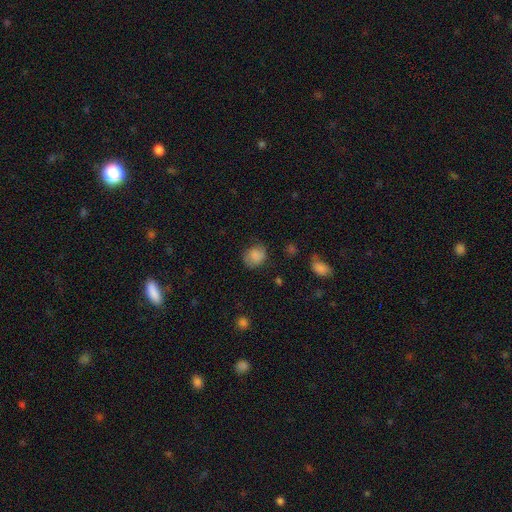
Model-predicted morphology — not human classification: Smooth or featured?
  - smooth: 82% *
  - star or artifact: 10%
  - featured or disk: 8%
How rounded?
  - round: 66% *
  - in between: 33%
  - cigar-shaped: 1%
Merging?
  - none: 66% *
  - minor disturbance: 24%
  - major disturbance: 8%
  - merger: 2%